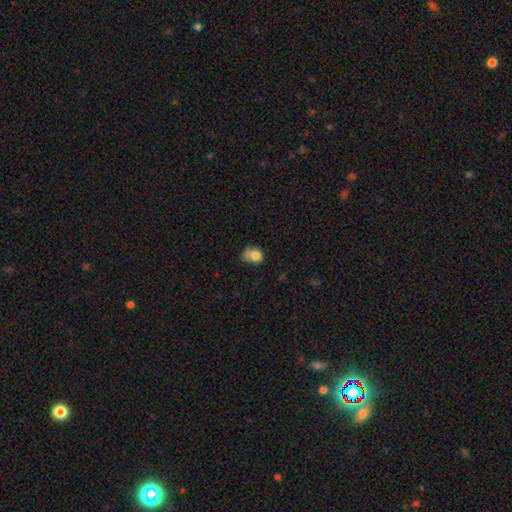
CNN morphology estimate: type=smooth (78%); roundness=in between (50%); merging=minor disturbance (34%).